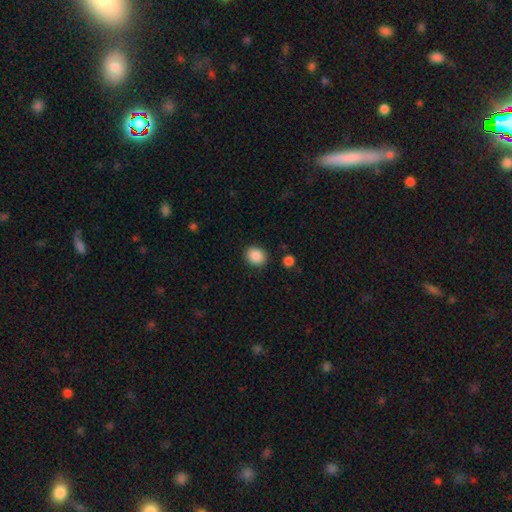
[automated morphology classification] Q: Smooth or featured?
A: smooth (89%); runner-up: star or artifact (8%)
Q: How rounded?
A: round (65%); runner-up: in between (34%)
Q: Merging?
A: none (88%); runner-up: minor disturbance (8%)